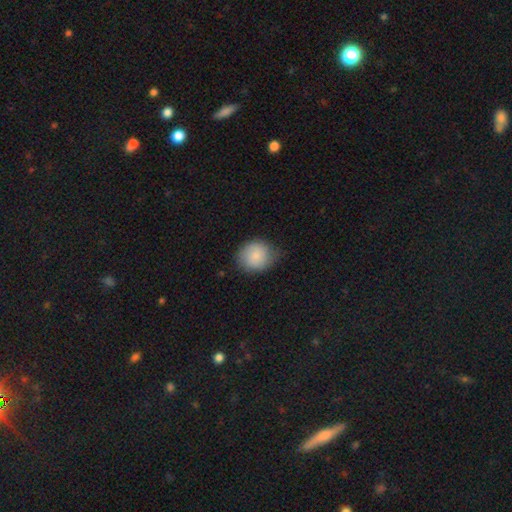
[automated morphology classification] A smooth galaxy with no disk features (84%) that is round (73%). Merging: none (69%).